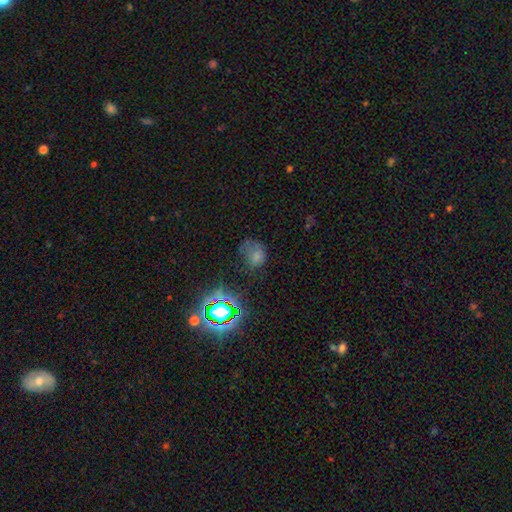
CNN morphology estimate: Smooth or featured? smooth (57%)
How rounded? round (52%)
Merging? none (42%)